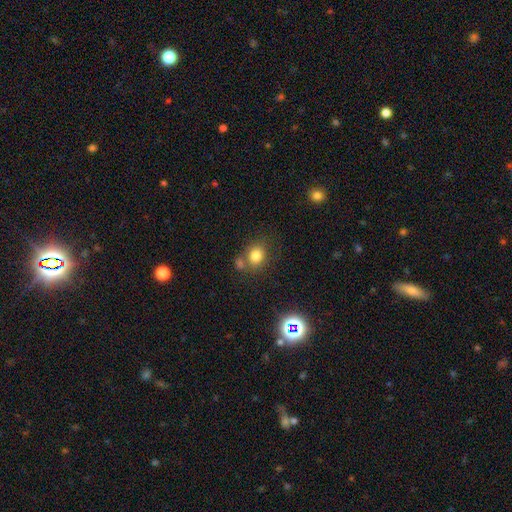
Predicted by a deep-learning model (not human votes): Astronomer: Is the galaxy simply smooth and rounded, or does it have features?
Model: smooth — 79%.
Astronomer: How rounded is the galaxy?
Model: round — 70%.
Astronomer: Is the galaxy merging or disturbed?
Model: none — 60%.